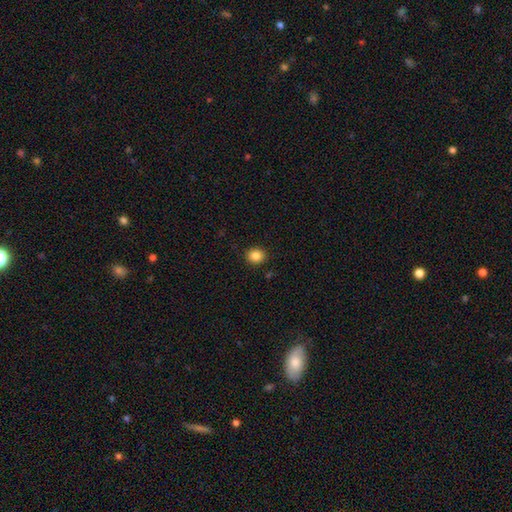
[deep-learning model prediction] A smooth galaxy with no disk features (86%) that is round (73%). Merging: none (90%).